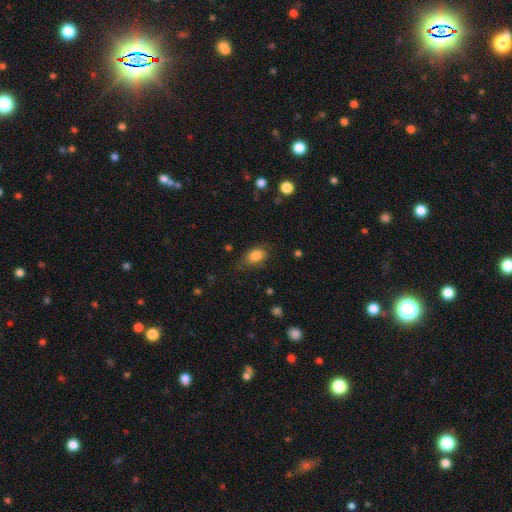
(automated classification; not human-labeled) A smooth galaxy with no disk features (83%) that is in between round and cigar-shaped (79%).

Vote fractions:
- Smooth or featured? smooth: 83% / star or artifact: 9% / featured or disk: 8%
- How rounded? in between: 79% / round: 19% / cigar-shaped: 2%
- Merging? none: 70% / minor disturbance: 23% / major disturbance: 6% / merger: 1%